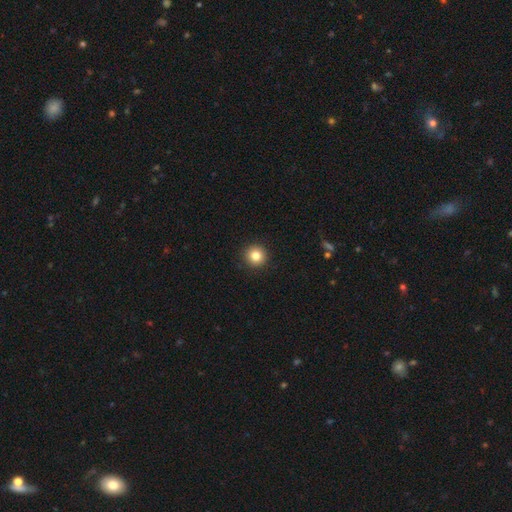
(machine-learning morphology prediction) This is clearly a smooth galaxy (83%). How rounded: clearly round (96%). Merging: clearly none (93%).